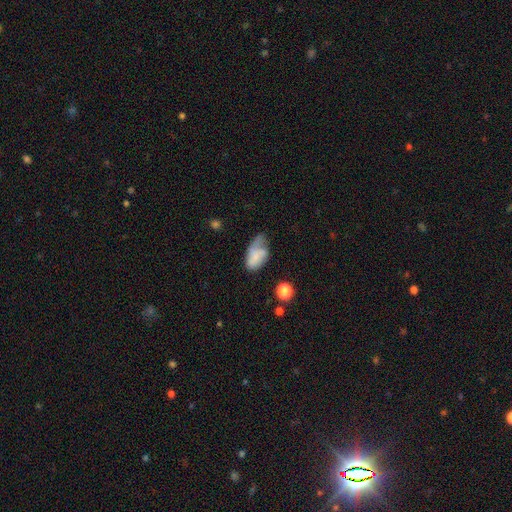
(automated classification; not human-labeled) A smooth galaxy with no disk features (61%) that is in between round and cigar-shaped (91%).

Vote fractions:
- Smooth or featured? smooth: 61% / featured or disk: 30% / star or artifact: 10%
- How rounded? in between: 91% / round: 6% / cigar-shaped: 3%
- Merging? minor disturbance: 33% / major disturbance: 31% / none: 28% / merger: 8%